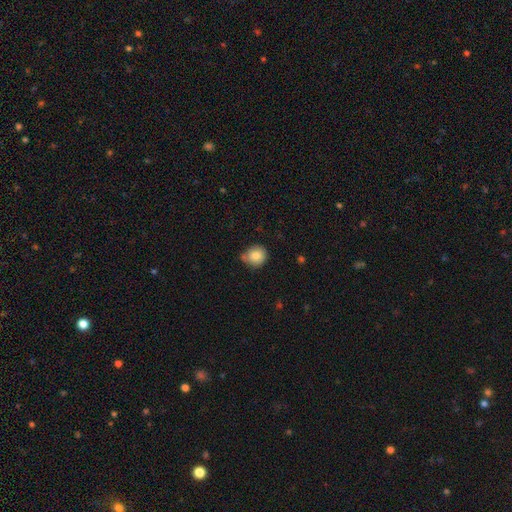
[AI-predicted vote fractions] A smooth galaxy with no disk features (82%) that is round (80%).

Vote fractions:
- Smooth or featured? smooth: 82% / featured or disk: 9% / star or artifact: 9%
- How rounded? round: 80% / in between: 19% / cigar-shaped: 1%
- Merging? none: 62% / minor disturbance: 27% / merger: 6% / major disturbance: 5%